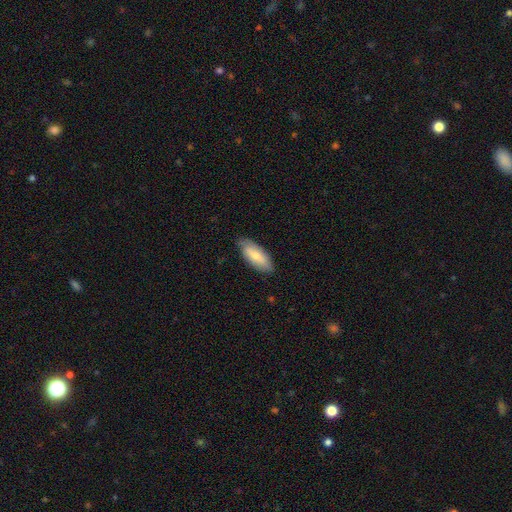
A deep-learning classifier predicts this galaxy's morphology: A smooth galaxy with no disk features (70%) that is in between round and cigar-shaped (82%).

Vote fractions:
- Smooth or featured? smooth: 70% / featured or disk: 24% / star or artifact: 6%
- How rounded? in between: 82% / cigar-shaped: 16% / round: 2%
- Merging? none: 80% / minor disturbance: 16% / major disturbance: 3% / merger: 1%